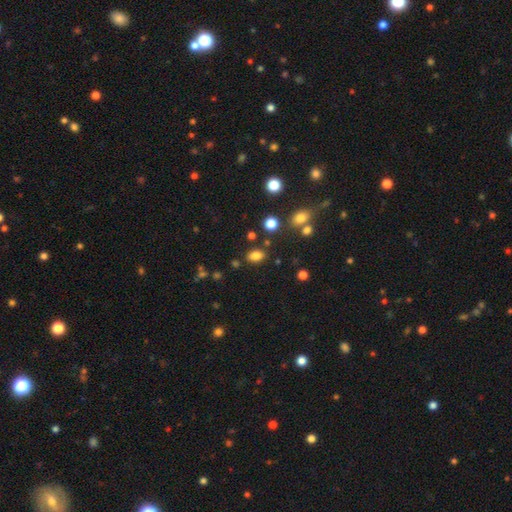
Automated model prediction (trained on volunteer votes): Overall: smooth (81%). How rounded: in between (83%). Merging: none (80%).